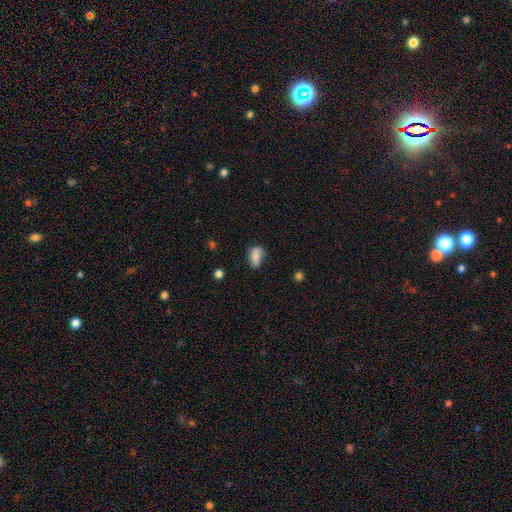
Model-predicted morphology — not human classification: smooth 74%, featured or disk 16%, star or artifact 10%. Down the decision tree: how rounded — in between (85%); merging — none (49%).